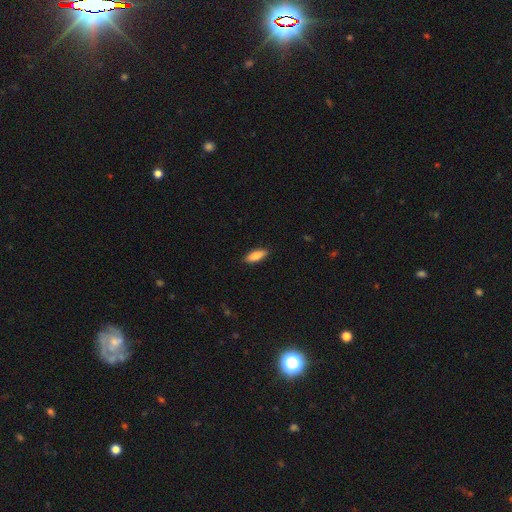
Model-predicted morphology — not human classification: Smooth or featured? Predicted: smooth (p=0.84). How rounded? Predicted: in between (p=0.67). Merging? Predicted: none (p=0.89).